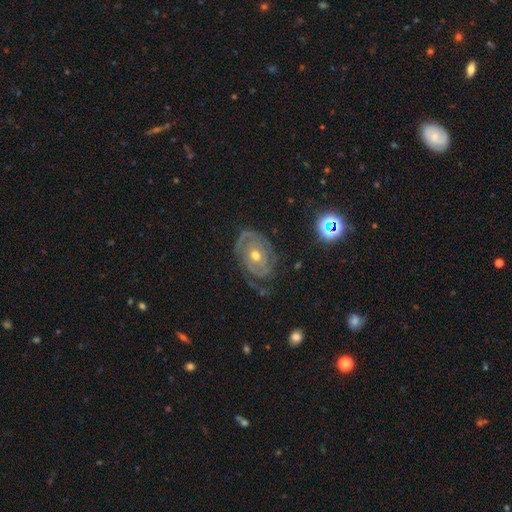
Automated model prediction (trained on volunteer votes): Q: Smooth or featured?
A: featured or disk (84%); runner-up: smooth (9%)
Q: Edge-on disk?
A: no (96%); runner-up: yes (4%)
Q: Bar?
A: no (75%); runner-up: weak (19%)
Q: Spiral arms?
A: yes (89%); runner-up: no (11%)
Q: Spiral winding?
A: tight (70%); runner-up: medium (23%)
Q: Spiral arm count?
A: 2 (43%); runner-up: can't tell (28%)
Q: Bulge size?
A: moderate (66%); runner-up: small (30%)
Q: Merging?
A: none (67%); runner-up: minor disturbance (20%)